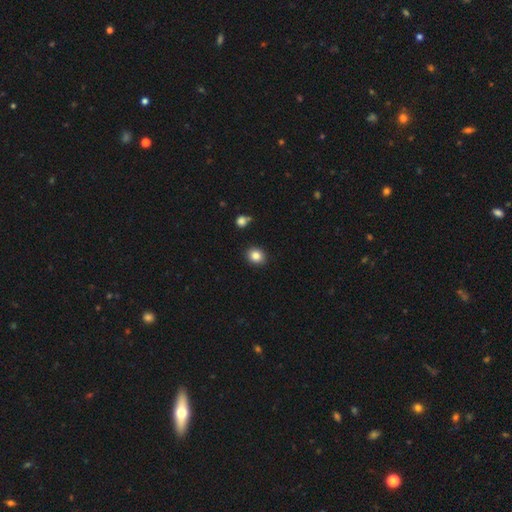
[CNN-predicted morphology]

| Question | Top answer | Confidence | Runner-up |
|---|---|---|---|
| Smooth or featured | smooth | 84% | star or artifact (10%) |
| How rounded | round | 70% | in between (29%) |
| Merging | none | 90% | minor disturbance (7%) |